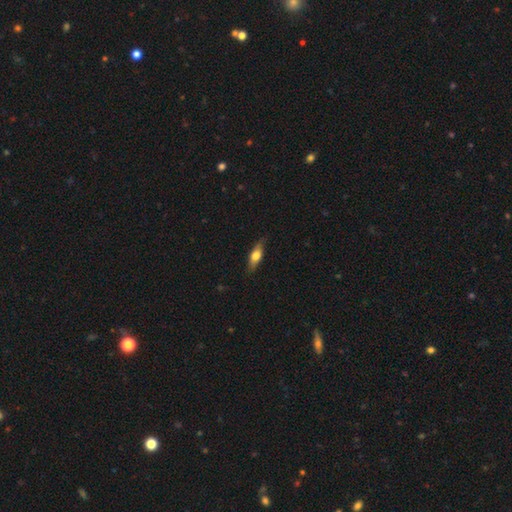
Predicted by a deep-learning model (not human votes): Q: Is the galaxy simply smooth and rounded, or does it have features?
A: smooth — 60%.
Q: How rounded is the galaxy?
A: in between — 57%.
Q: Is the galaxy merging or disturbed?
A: none — 78%.